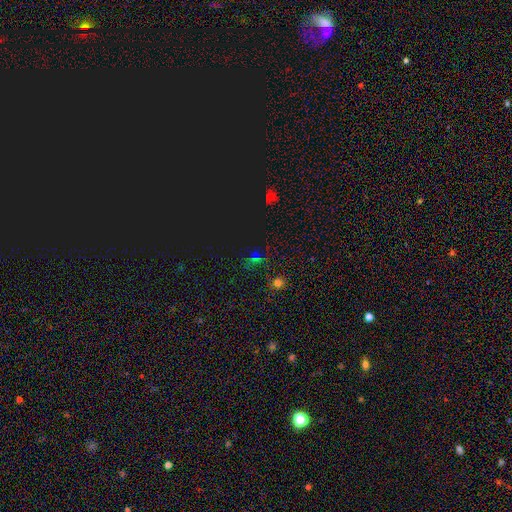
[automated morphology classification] The model was most divided on "smooth or featured": star or artifact: 63%, smooth: 28%, featured or disk: 9%.